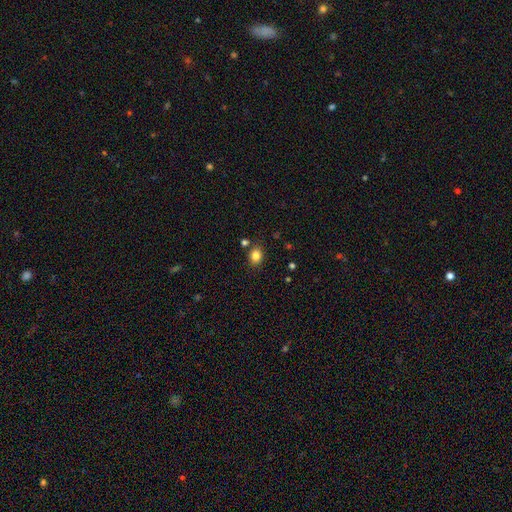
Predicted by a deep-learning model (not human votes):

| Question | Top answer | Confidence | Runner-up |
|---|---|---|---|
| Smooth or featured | smooth | 83% | star or artifact (11%) |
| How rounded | round | 50% | in between (49%) |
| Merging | none | 82% | minor disturbance (10%) |